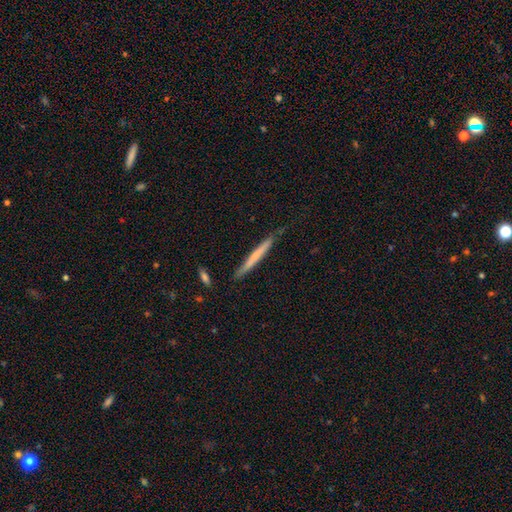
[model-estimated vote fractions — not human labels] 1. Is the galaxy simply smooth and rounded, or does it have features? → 55% smooth, 39% featured or disk, 6% star or artifact.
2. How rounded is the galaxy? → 97% cigar-shaped, 2% in between, 1% round.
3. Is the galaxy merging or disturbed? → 81% none, 15% minor disturbance, 2% major disturbance, 2% merger.